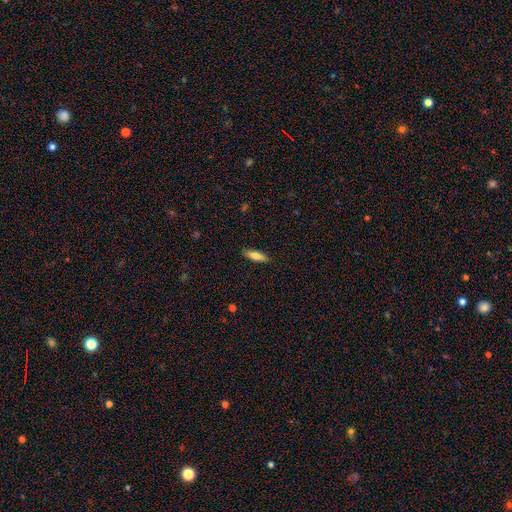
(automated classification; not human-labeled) The model was most divided on "how rounded": in between: 54%, cigar-shaped: 44%, round: 2%. More confident: merging — none (87%); smooth or featured — smooth (80%).